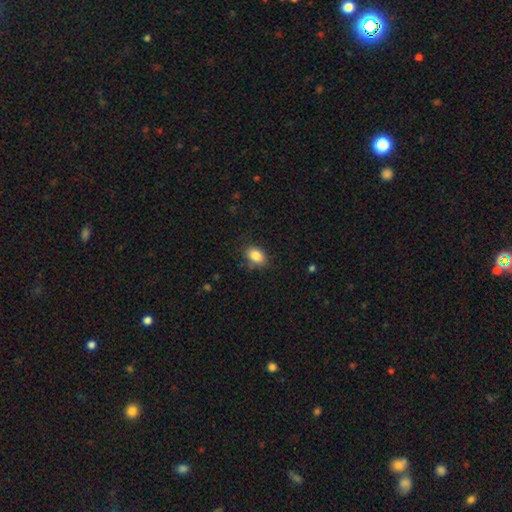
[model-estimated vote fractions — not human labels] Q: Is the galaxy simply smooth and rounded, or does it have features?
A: smooth — 86%.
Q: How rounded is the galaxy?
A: in between — 79%.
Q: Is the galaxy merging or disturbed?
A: none — 78%.